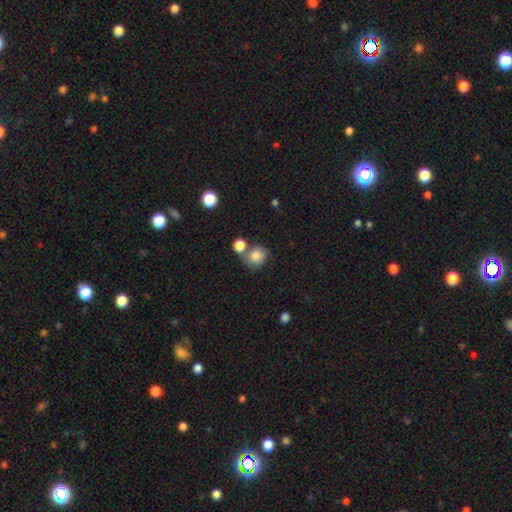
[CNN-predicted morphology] Smooth or featured: smooth — 83% (star or artifact — 9%)
How rounded: round — 81% (in between — 18%)
Merging: none — 57% (merger — 27%)